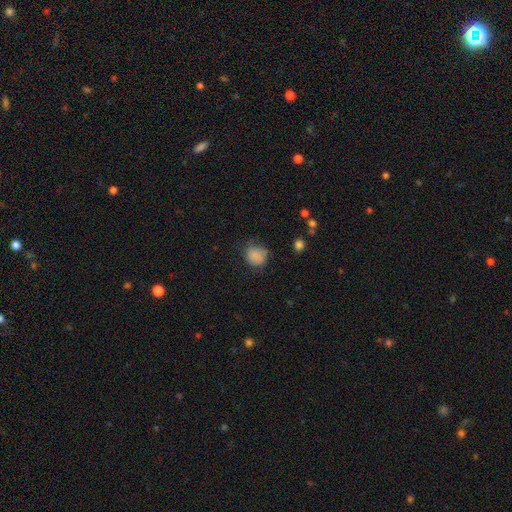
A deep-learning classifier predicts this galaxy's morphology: Smooth or featured? smooth (84%)
How rounded? round (78%)
Merging? none (62%)